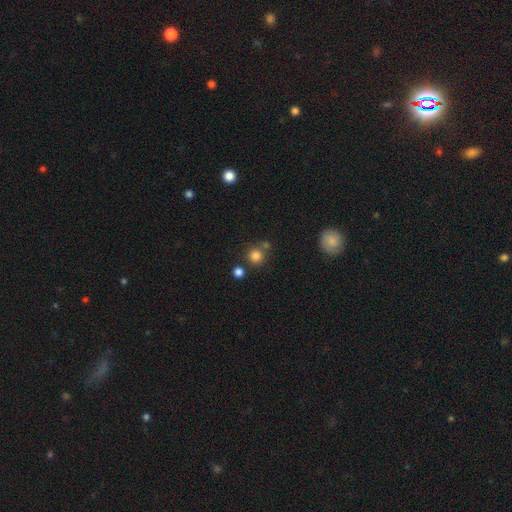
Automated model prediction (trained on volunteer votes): The model was most divided on "merging": none: 71%, merger: 17%, minor disturbance: 9%, major disturbance: 4%. More confident: how rounded — round (92%); smooth or featured — smooth (80%).